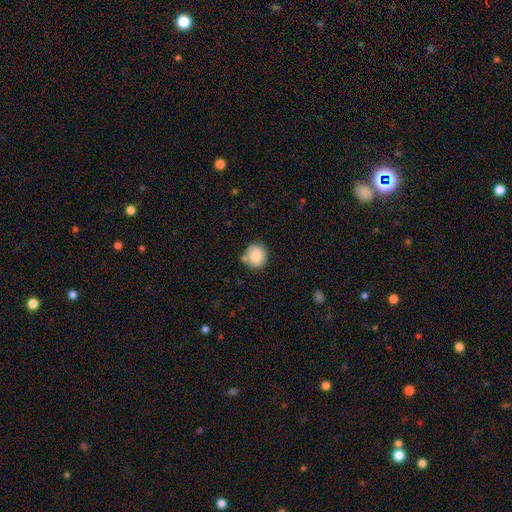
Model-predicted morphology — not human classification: smooth_or_featured: smooth (p=0.81) [alt: featured or disk p=0.11]
how_rounded: round (p=0.86) [alt: in between p=0.13]
merging: none (p=0.70) [alt: minor disturbance p=0.17]